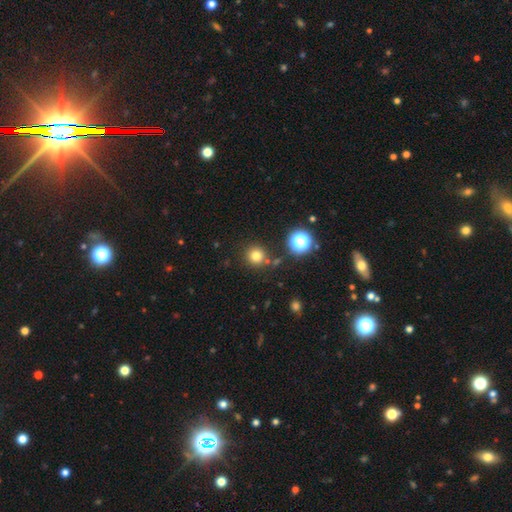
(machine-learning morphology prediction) A smooth galaxy with no disk features (76%) that is round (94%). Merging: none (82%).